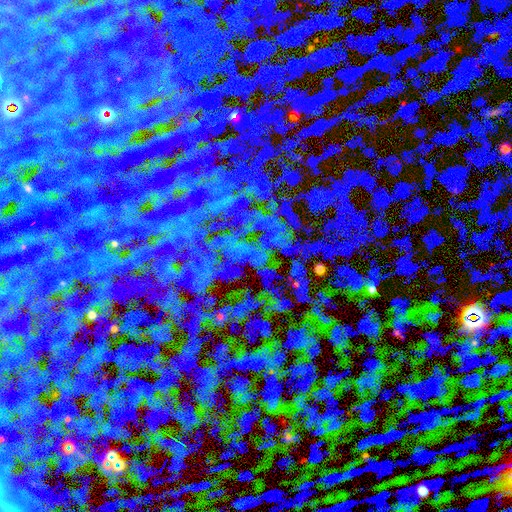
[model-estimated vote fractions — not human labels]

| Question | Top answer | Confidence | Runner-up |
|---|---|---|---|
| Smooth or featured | star or artifact | 82% | featured or disk (9%) |